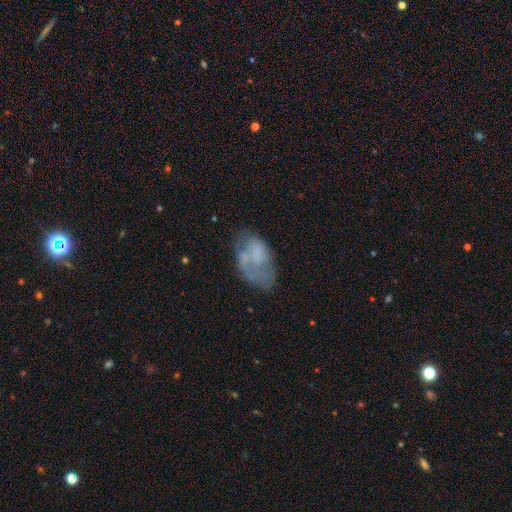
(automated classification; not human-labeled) Morphology: type=smooth (49%); merging=none (40%).